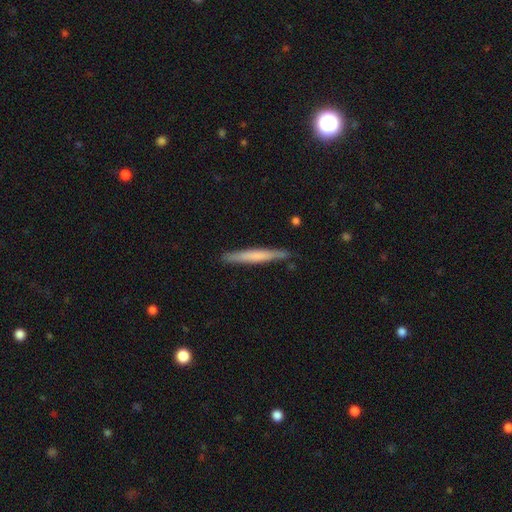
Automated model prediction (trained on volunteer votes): A smooth galaxy with no disk features (61%) that is cigar-shaped (96%).

Vote fractions:
- Smooth or featured? smooth: 61% / featured or disk: 34% / star or artifact: 5%
- How rounded? cigar-shaped: 96% / in between: 3% / round: 1%
- Merging? none: 87% / minor disturbance: 10% / major disturbance: 2% / merger: 1%